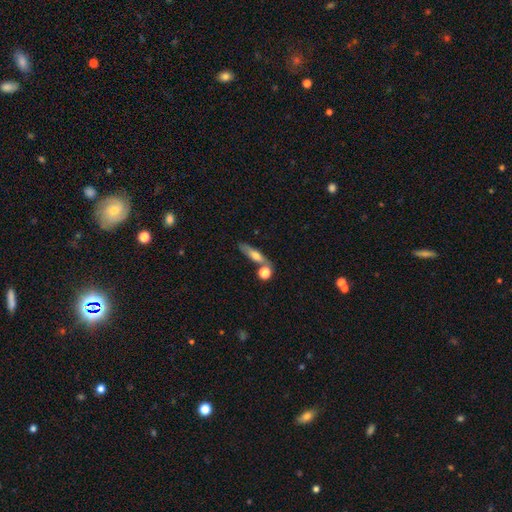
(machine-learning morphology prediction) A smooth galaxy with no disk features (58%) that is cigar-shaped (64%).

Vote fractions:
- Smooth or featured? smooth: 58% / featured or disk: 33% / star or artifact: 9%
- How rounded? cigar-shaped: 64% / in between: 29% / round: 8%
- Merging? none: 60% / merger: 21% / minor disturbance: 14% / major disturbance: 5%